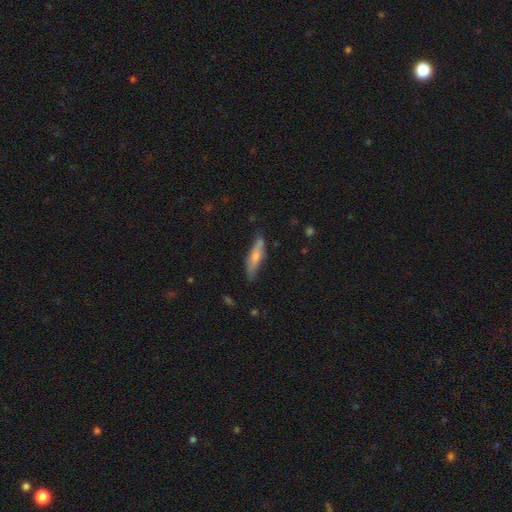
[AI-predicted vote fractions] Overall: smooth (55%; featured or disk 39%). How rounded: cigar-shaped (71%). Merging: none (71%).